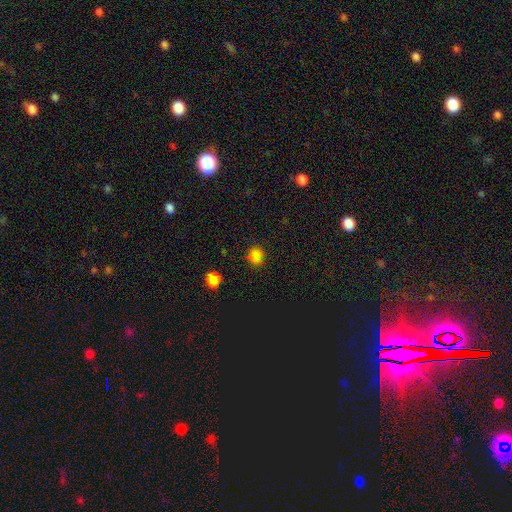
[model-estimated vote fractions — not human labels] The model was most divided on "how rounded": round: 72%, in between: 26%, cigar-shaped: 1%. More confident: smooth or featured — smooth (78%); merging — none (77%).